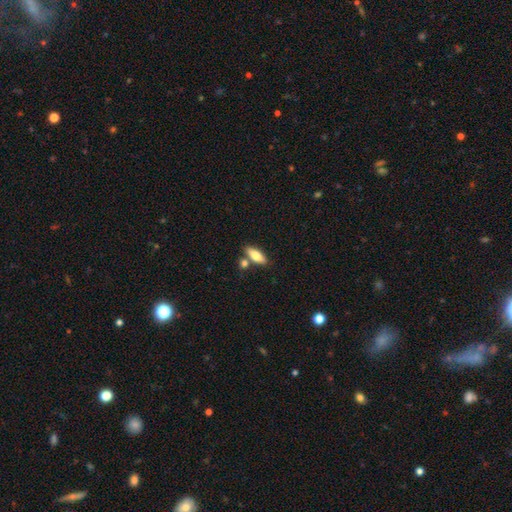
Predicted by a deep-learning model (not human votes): This is likely a smooth galaxy (75%). How rounded: likely in between (73%). Merging: likely none (67%).